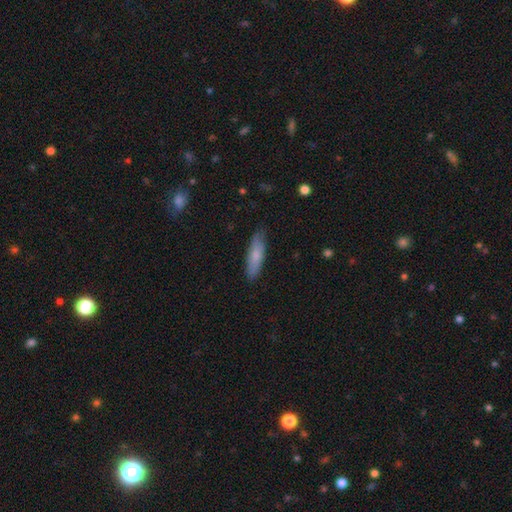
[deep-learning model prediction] Smooth or featured? smooth (74%)
How rounded? cigar-shaped (69%)
Merging? none (83%)